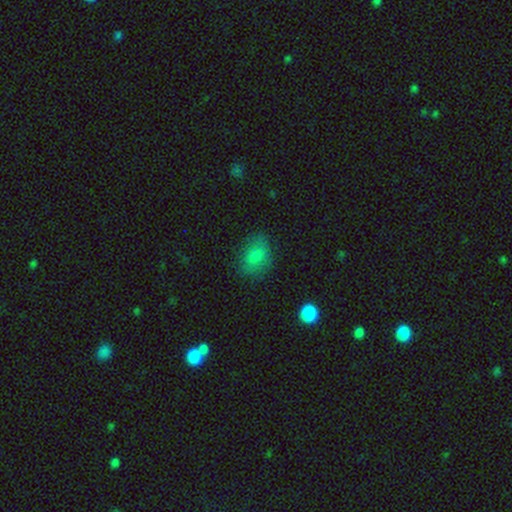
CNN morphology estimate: Q: Smooth or featured?
A: smooth (78%); runner-up: featured or disk (12%)
Q: How rounded?
A: in between (71%); runner-up: round (28%)
Q: Merging?
A: none (74%); runner-up: minor disturbance (19%)